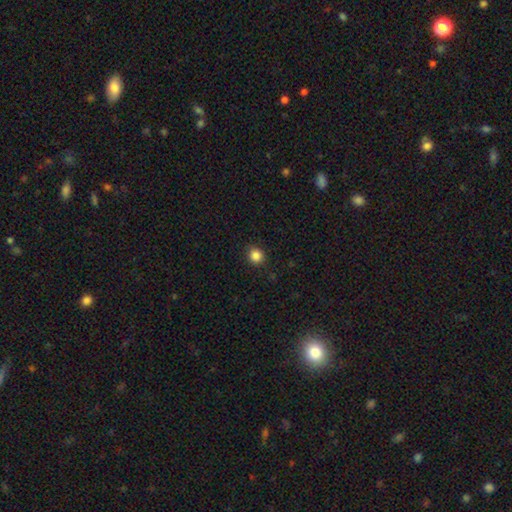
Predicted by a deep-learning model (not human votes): A smooth galaxy with no disk features (85%) that is round (89%).

Vote fractions:
- Smooth or featured? smooth: 85% / star or artifact: 11% / featured or disk: 4%
- How rounded? round: 89% / in between: 10% / cigar-shaped: 1%
- Merging? none: 89% / minor disturbance: 8% / major disturbance: 2% / merger: 1%